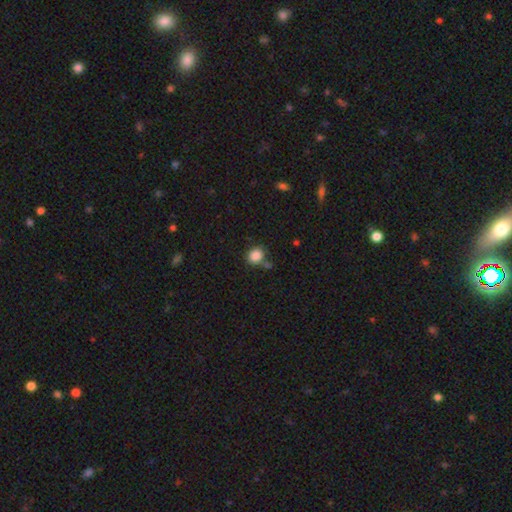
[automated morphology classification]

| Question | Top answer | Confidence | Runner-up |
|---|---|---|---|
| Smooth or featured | smooth | 86% | star or artifact (10%) |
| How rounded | round | 69% | in between (30%) |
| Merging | none | 68% | minor disturbance (15%) |